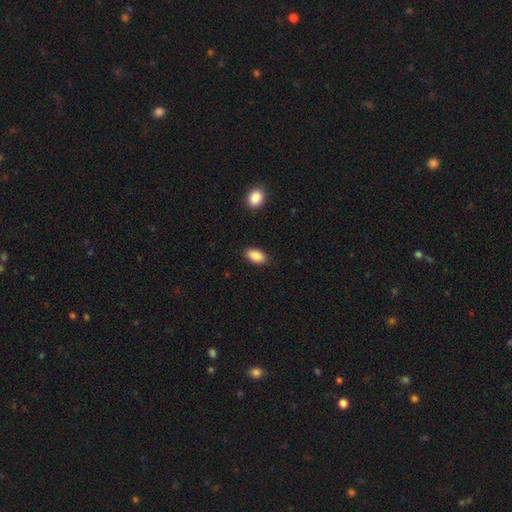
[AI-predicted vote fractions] Smooth or featured? Predicted: smooth (p=0.89). How rounded? Predicted: in between (p=0.93). Merging? Predicted: none (p=0.87).